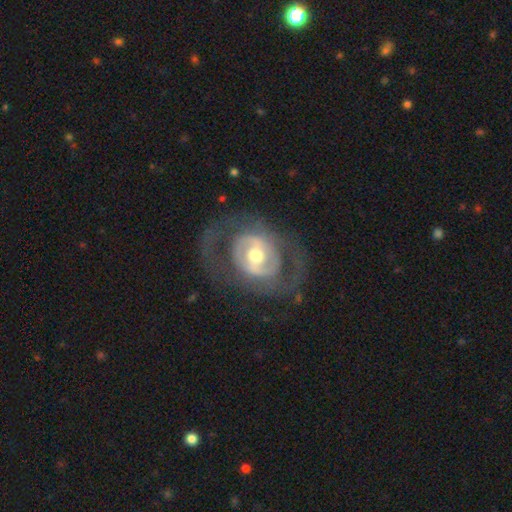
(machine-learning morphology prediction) Smooth or featured?
  - featured or disk: 77% *
  - smooth: 18%
  - star or artifact: 5%
Edge-on disk?
  - no: 95% *
  - yes: 5%
Bar?
  - no: 41% *
  - weak: 34%
  - strong: 25%
Spiral arms?
  - yes: 55% *
  - no: 45%
Bulge size?
  - moderate: 70% *
  - small: 15%
  - large: 13%
  - dominant: 1%
  - none: 1%
Merging?
  - none: 69% *
  - major disturbance: 16%
  - minor disturbance: 14%
  - merger: 1%